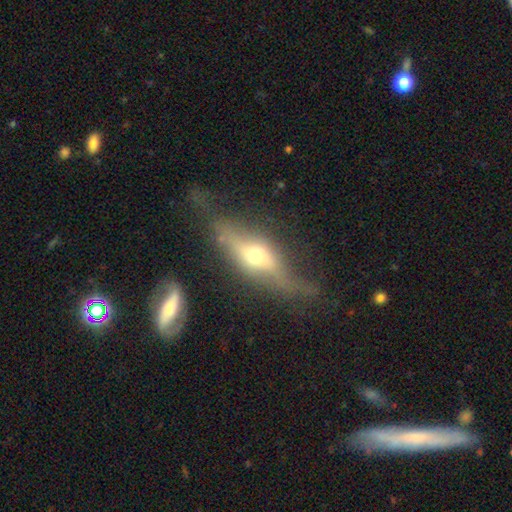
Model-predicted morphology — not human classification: A featured or disk galaxy (72%) viewed edge-on (75%) with a rounded central bulge (92%). Merging: none (50%).